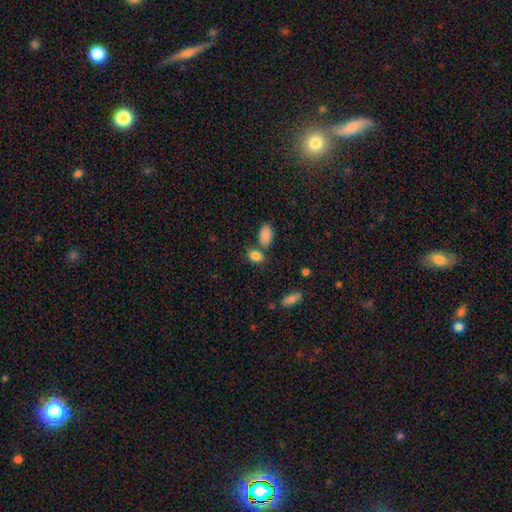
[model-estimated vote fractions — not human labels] This is clearly a smooth galaxy (85%). How rounded: likely in between (78%). Merging: likely none (61%).